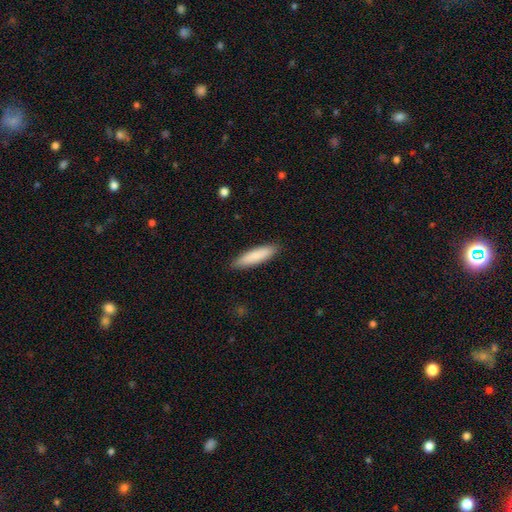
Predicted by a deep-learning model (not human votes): Smooth or featured?
  - smooth: 85% *
  - featured or disk: 9%
  - star or artifact: 5%
How rounded?
  - cigar-shaped: 73% *
  - in between: 26%
  - round: 1%
Merging?
  - none: 89% *
  - minor disturbance: 8%
  - major disturbance: 2%
  - merger: 1%